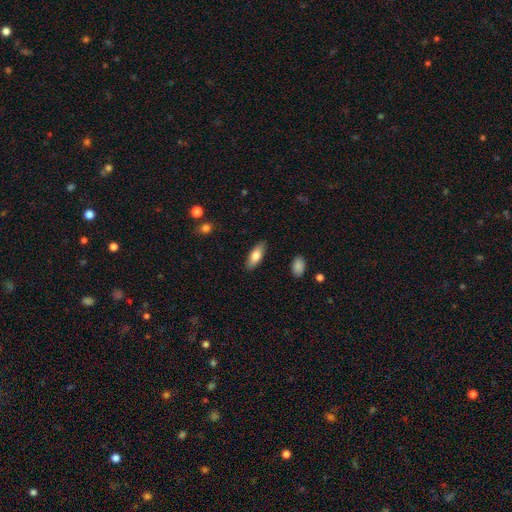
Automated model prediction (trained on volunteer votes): Smooth or featured? smooth (78%)
How rounded? in between (74%)
Merging? none (87%)